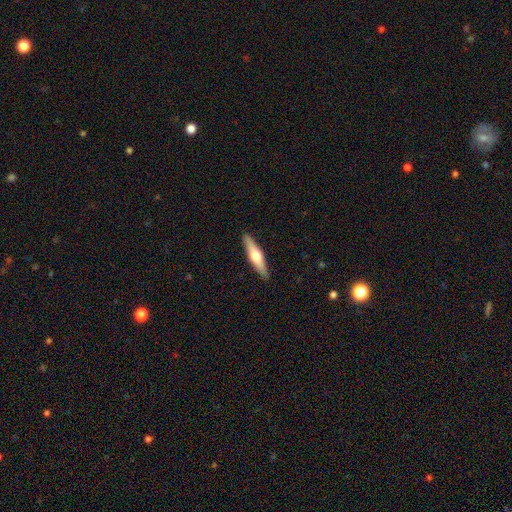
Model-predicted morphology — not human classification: Smooth or featured? featured or disk (48%)
Merging? none (90%)